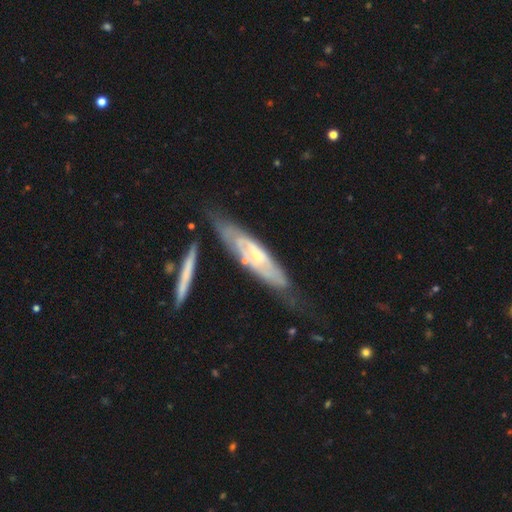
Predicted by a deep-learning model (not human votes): This is likely a featured or disk galaxy (69%). It is likely not viewed edge-on (66%). Merging: possibly none (52%).